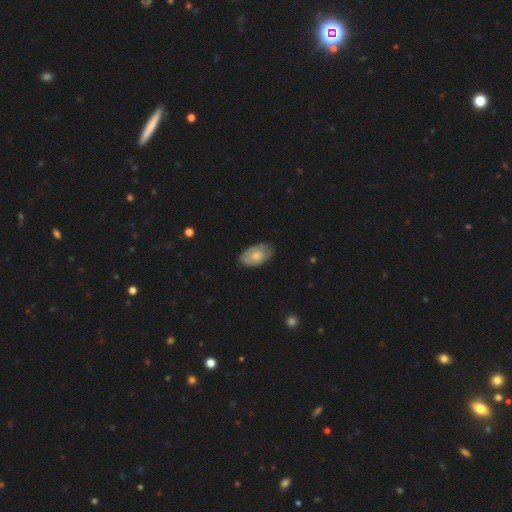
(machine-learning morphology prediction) type=smooth (59%); roundness=in between (91%); merging=none (68%).